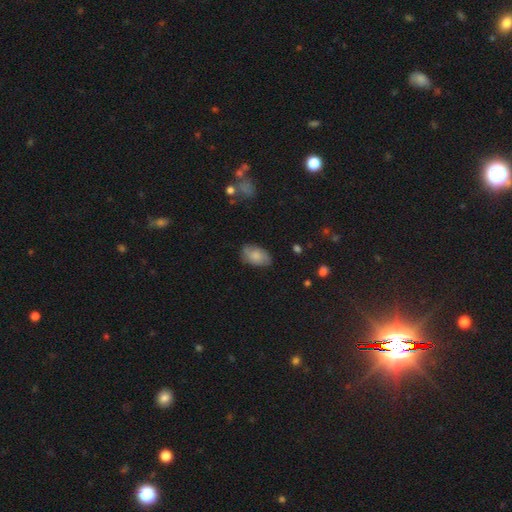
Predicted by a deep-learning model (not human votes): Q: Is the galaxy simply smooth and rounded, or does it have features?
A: smooth — 74%.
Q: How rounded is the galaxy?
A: in between — 92%.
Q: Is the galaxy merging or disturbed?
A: none — 73%.